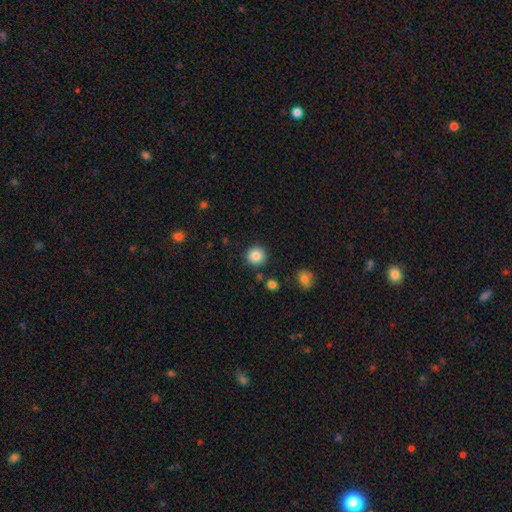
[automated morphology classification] Smooth or featured? Predicted: smooth (p=0.86). How rounded? Predicted: round (p=0.93). Merging? Predicted: none (p=0.88).